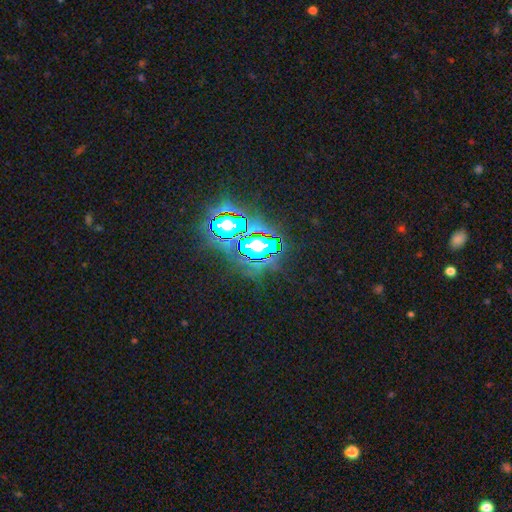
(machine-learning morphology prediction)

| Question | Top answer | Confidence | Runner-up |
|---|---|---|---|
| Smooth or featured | star or artifact | 85% | smooth (9%) |